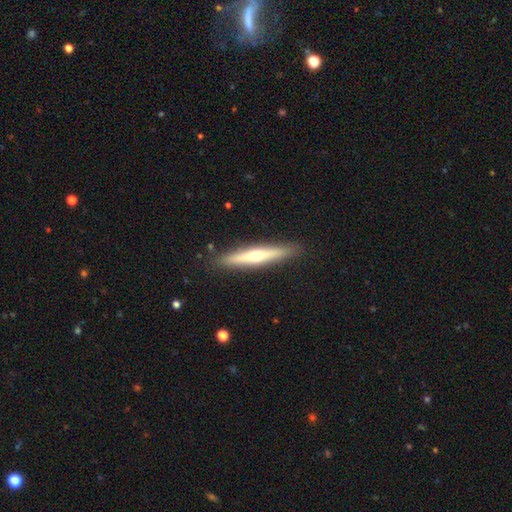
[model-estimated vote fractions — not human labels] The model was most divided on "smooth or featured": featured or disk: 56%, smooth: 38%, star or artifact: 6%. More confident: edge-on disk — yes (94%); merging — none (90%); edge-on bulge — rounded (85%).